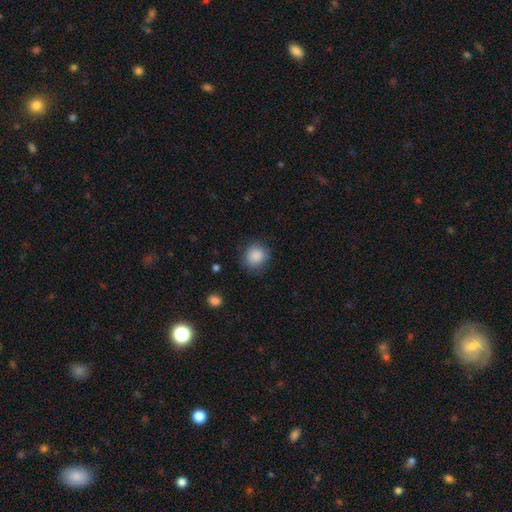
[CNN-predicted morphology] smooth_or_featured: smooth (p=0.88) [alt: star or artifact p=0.09]
how_rounded: round (p=0.85) [alt: in between p=0.14]
merging: none (p=0.84) [alt: minor disturbance p=0.12]